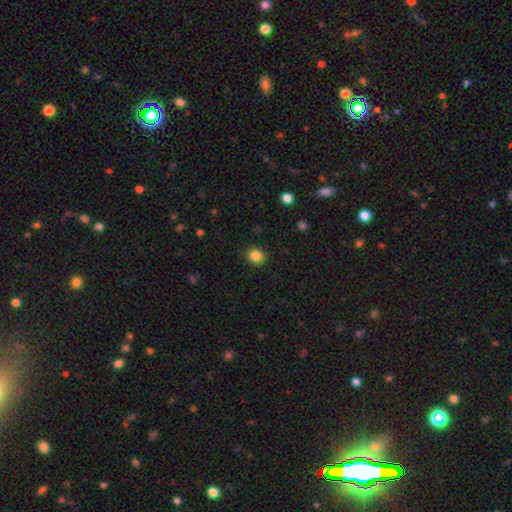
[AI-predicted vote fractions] smooth 85%, star or artifact 11%, featured or disk 4%. Down the decision tree: how rounded — round (80%); merging — none (90%).